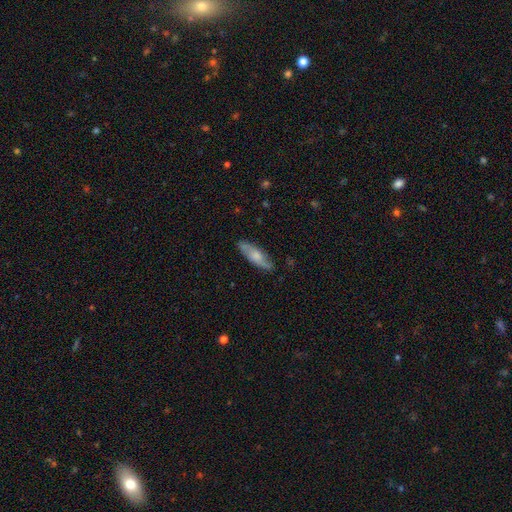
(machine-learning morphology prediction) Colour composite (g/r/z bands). It shows a smooth galaxy with no disk features (54%) that is cigar-shaped (53%). Merging: none (82%).